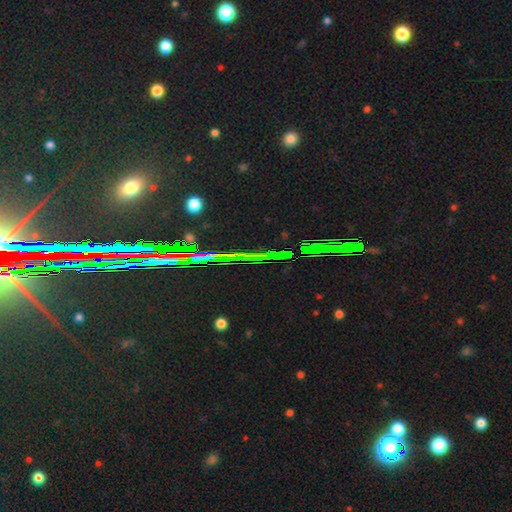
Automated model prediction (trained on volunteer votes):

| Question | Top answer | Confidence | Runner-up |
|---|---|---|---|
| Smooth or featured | star or artifact | 82% | featured or disk (10%) |